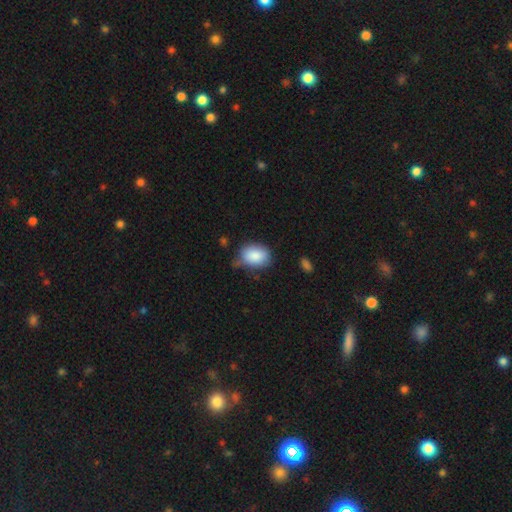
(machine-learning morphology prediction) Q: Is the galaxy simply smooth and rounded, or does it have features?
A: smooth — 86%.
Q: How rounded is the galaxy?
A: in between — 71%.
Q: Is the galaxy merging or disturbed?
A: none — 55%.